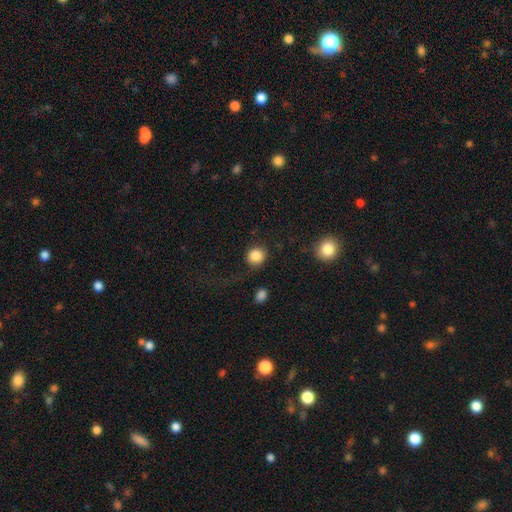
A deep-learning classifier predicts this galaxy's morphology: This appears to be a smooth galaxy with no disk features (86%) that is round (89%). Merging: none (81%).